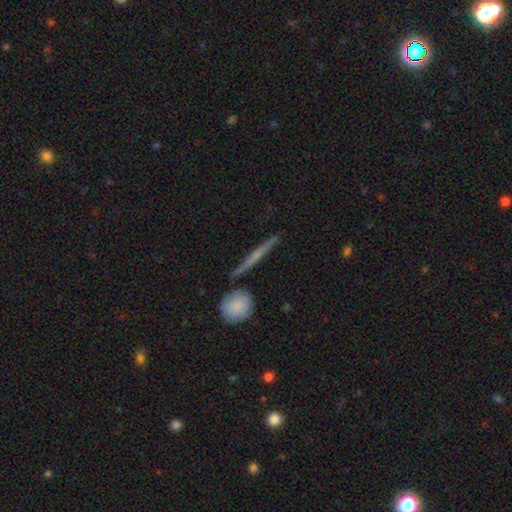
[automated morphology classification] featured or disk 65%, smooth 27%, star or artifact 8%. Down the decision tree: edge-on disk — yes (96%); edge-on bulge — rounded (49%); merging — none (86%).